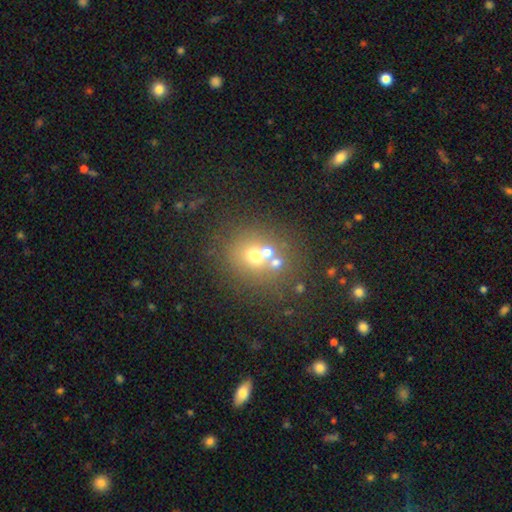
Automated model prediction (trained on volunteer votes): Q: Smooth or featured?
A: smooth (58%); runner-up: featured or disk (21%)
Q: How rounded?
A: round (80%); runner-up: in between (19%)
Q: Merging?
A: none (51%); runner-up: merger (34%)